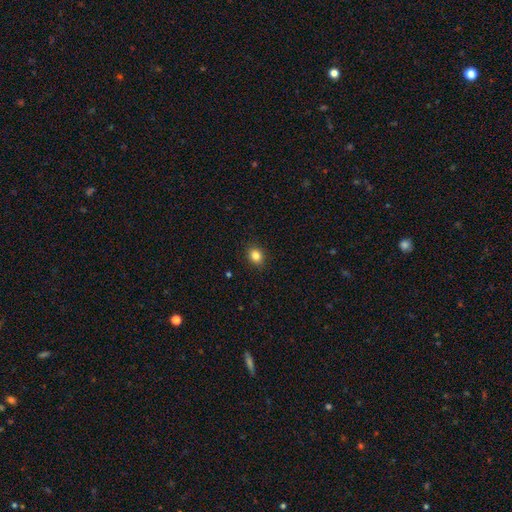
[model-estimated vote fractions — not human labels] A smooth galaxy with no disk features (84%) that is round (51%). Merging: none (89%).